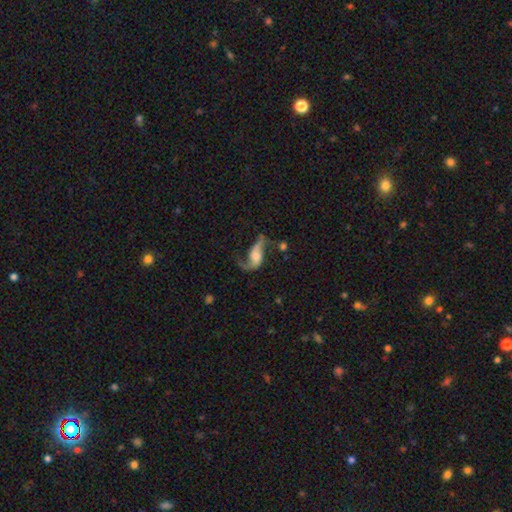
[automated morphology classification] Smooth or featured: featured or disk — 77% (smooth — 16%)
Edge-on disk: no — 93% (yes — 7%)
Bar: no — 53% (weak — 33%)
Spiral arms: yes — 91% (no — 9%)
Spiral winding: loose — 82% (medium — 14%)
Spiral arm count: 2 — 81% (1 — 13%)
Bulge size: moderate — 42% (small — 25%)
Merging: none — 43% (major disturbance — 31%)